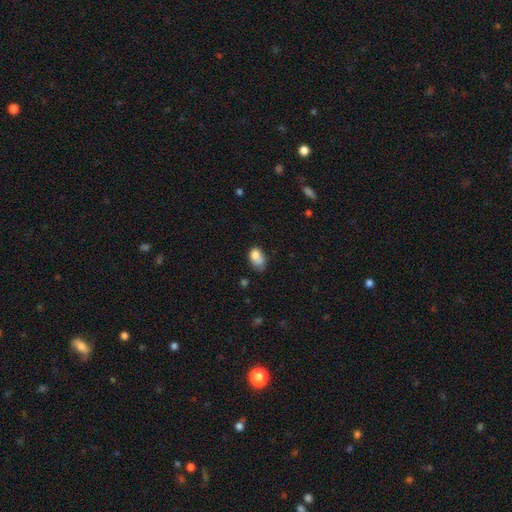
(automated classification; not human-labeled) Morphology: type=smooth (78%); roundness=in between (83%); merging=none (37%).